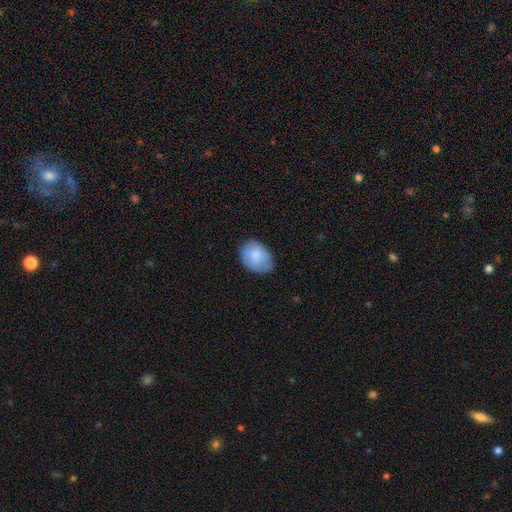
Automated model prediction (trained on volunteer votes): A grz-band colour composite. It shows a smooth galaxy with no disk features (78%) that is in between round and cigar-shaped (72%). Merging: none (68%).